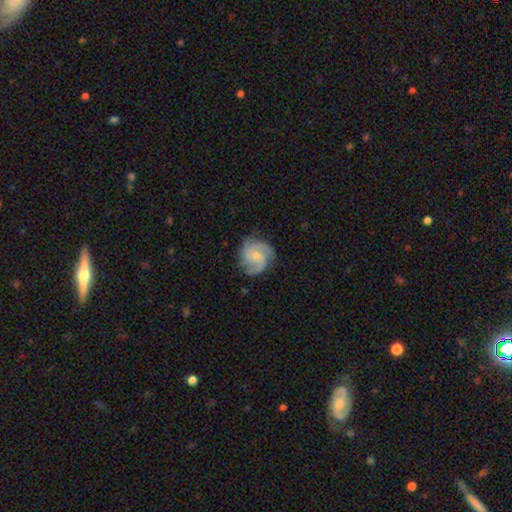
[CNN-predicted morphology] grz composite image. It shows a featured or disk galaxy (78%) with no bar (64%), 3 (45%) medium (47%) spiral arms (96%) and a small central bulge (65%). Merging: none (72%).